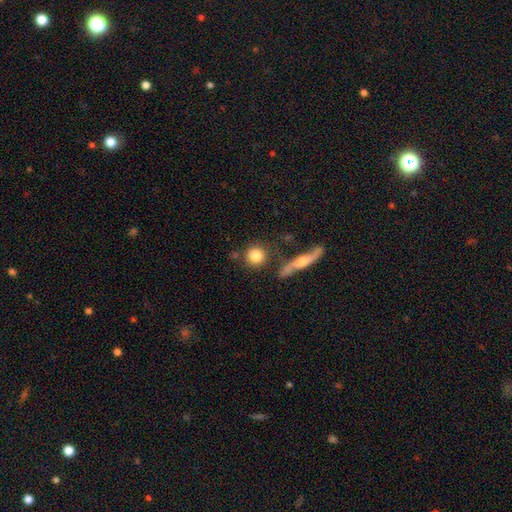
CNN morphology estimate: Q: Smooth or featured?
A: smooth (82%); runner-up: featured or disk (11%)
Q: How rounded?
A: round (90%); runner-up: in between (8%)
Q: Merging?
A: none (76%); runner-up: merger (11%)